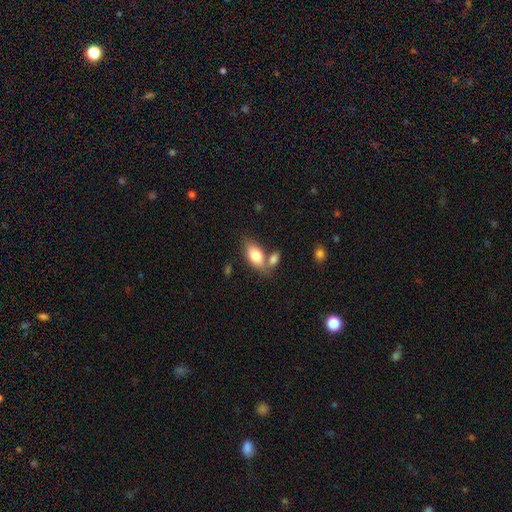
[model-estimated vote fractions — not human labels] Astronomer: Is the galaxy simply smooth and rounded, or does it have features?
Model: smooth — 80%.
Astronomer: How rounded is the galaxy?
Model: in between — 90%.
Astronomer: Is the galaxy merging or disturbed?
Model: none — 53% (runner-up: merger, 31%).